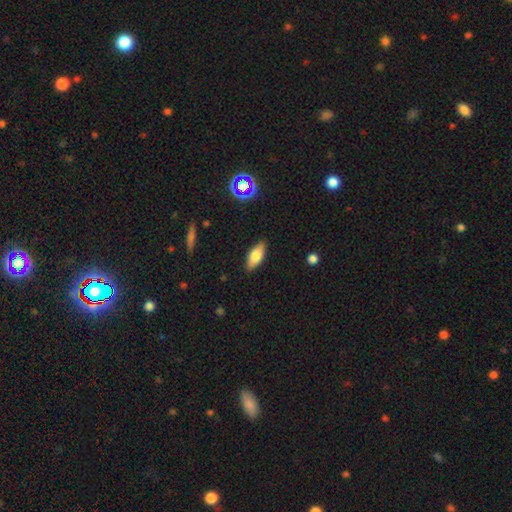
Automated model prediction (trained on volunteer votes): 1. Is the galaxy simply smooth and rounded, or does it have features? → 66% smooth, 26% featured or disk, 8% star or artifact.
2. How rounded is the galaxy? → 79% in between, 18% cigar-shaped, 3% round.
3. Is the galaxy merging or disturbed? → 86% none, 10% minor disturbance, 2% major disturbance, 1% merger.